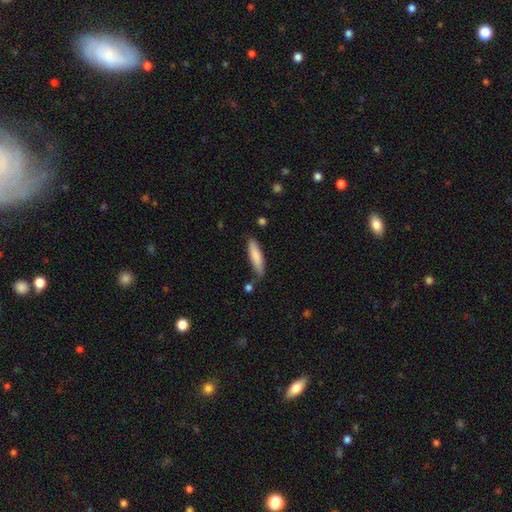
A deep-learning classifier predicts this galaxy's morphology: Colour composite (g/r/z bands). It shows a smooth galaxy with no disk features (83%) that is cigar-shaped (70%). Merging: none (74%).